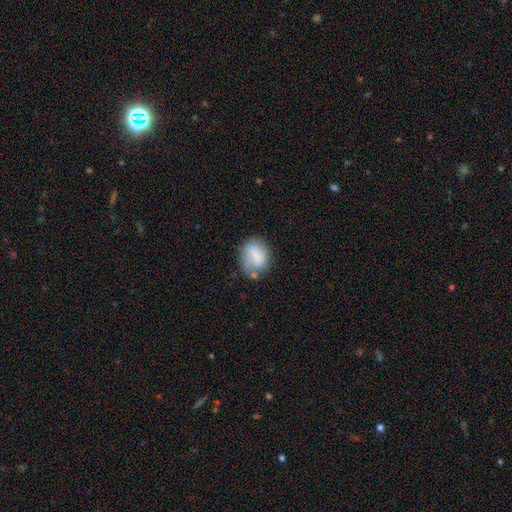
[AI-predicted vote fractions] A smooth galaxy with no disk features (74%) that is in between round and cigar-shaped (52%). Merging: none (56%).